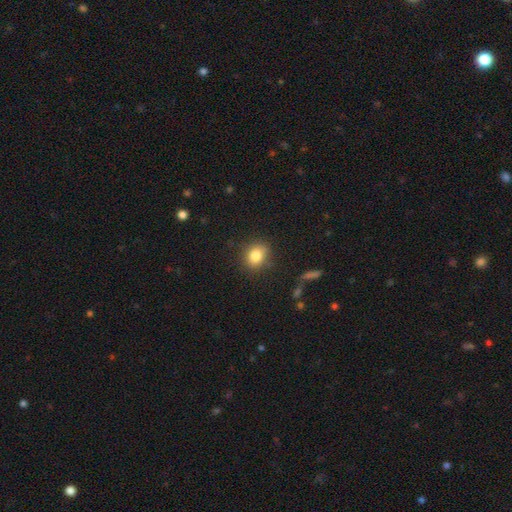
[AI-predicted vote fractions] Smooth or featured? smooth (83%)
How rounded? round (63%)
Merging? none (82%)